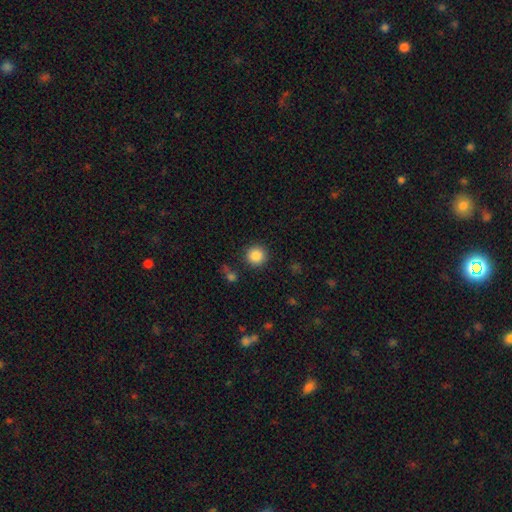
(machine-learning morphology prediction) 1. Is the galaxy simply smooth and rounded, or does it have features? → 87% smooth, 9% star or artifact, 4% featured or disk.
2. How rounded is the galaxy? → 95% round, 4% in between, 1% cigar-shaped.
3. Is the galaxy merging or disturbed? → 89% none, 6% minor disturbance, 3% major disturbance, 2% merger.